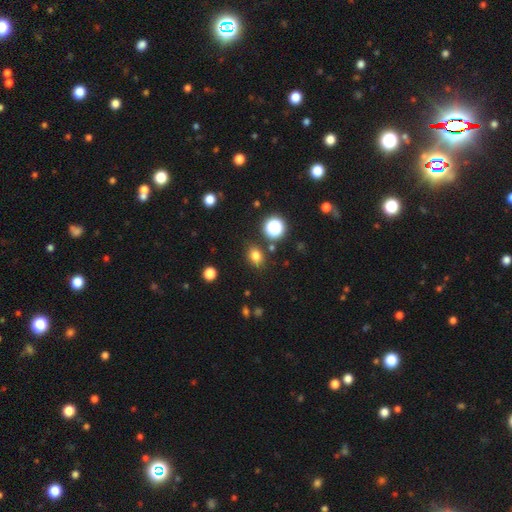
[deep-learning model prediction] The model was most divided on "how rounded": in between: 54%, round: 44%, cigar-shaped: 1%. More confident: merging — none (83%); smooth or featured — smooth (78%).